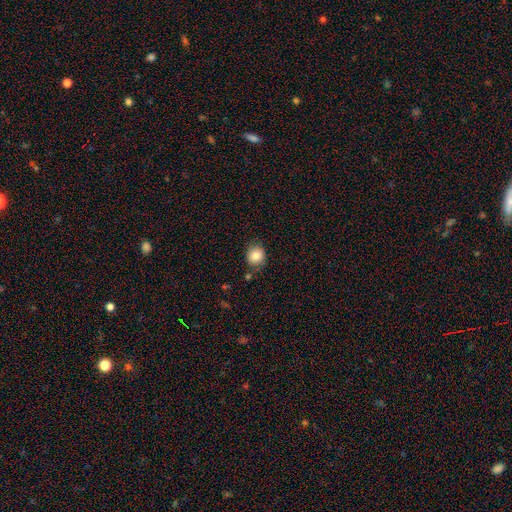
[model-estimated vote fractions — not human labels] smooth_or_featured: smooth (p=0.84) [alt: star or artifact p=0.10]
how_rounded: round (p=0.81) [alt: in between p=0.18]
merging: none (p=0.79) [alt: minor disturbance p=0.13]